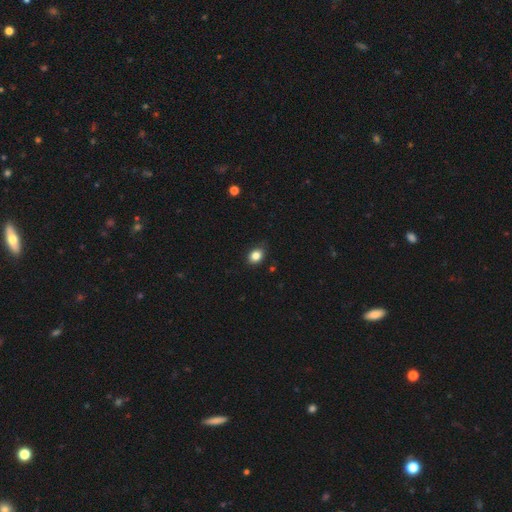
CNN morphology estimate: type=smooth (84%); roundness=in between (59%); merging=none (83%).